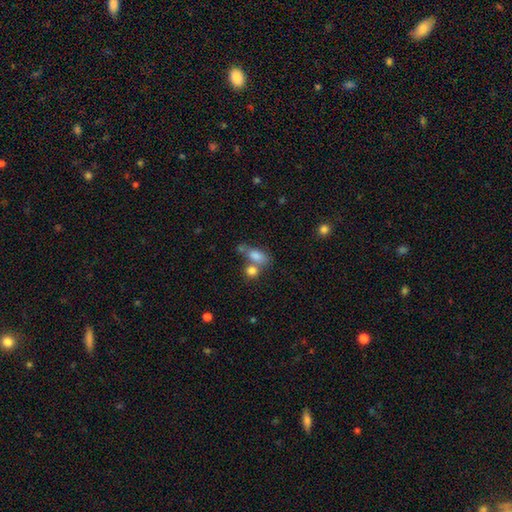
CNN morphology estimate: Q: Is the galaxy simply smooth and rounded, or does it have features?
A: smooth — 79%.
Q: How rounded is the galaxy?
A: in between — 79%.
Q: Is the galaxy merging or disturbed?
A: merger — 40%, tied with none.